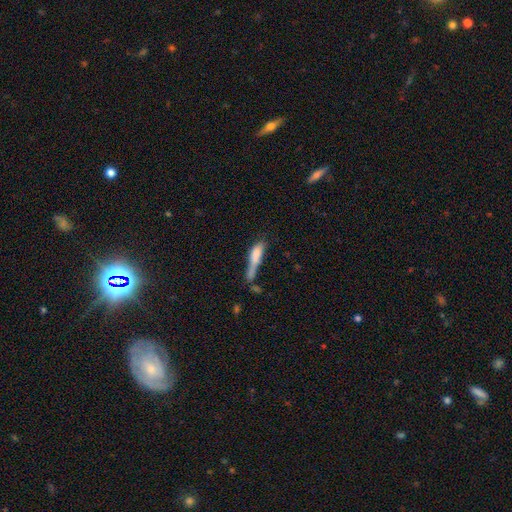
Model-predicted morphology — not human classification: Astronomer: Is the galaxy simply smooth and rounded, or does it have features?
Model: smooth — 68%.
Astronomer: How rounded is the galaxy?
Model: cigar-shaped — 65%.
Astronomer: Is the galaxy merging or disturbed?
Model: merger — 34% (runner-up: none, 23%).